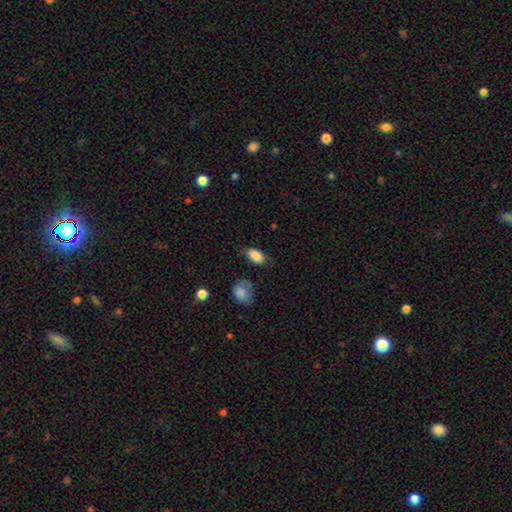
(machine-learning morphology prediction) Smooth or featured?
  - smooth: 86% *
  - star or artifact: 8%
  - featured or disk: 6%
How rounded?
  - in between: 92% *
  - round: 5%
  - cigar-shaped: 4%
Merging?
  - none: 69% *
  - minor disturbance: 23%
  - major disturbance: 6%
  - merger: 3%